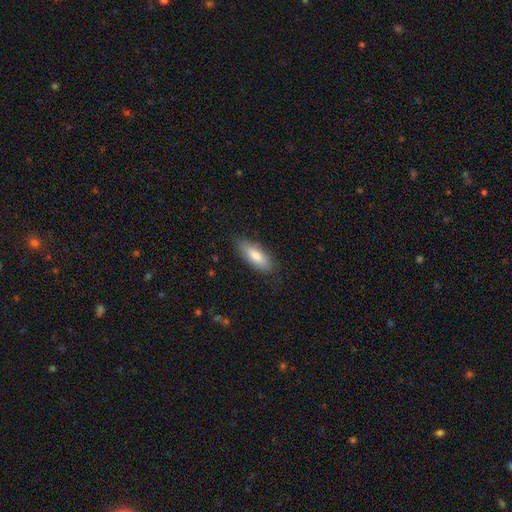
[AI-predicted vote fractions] Smooth or featured?
  - smooth: 79% *
  - featured or disk: 15%
  - star or artifact: 6%
How rounded?
  - in between: 74% *
  - cigar-shaped: 24%
  - round: 2%
Merging?
  - none: 82% *
  - minor disturbance: 14%
  - major disturbance: 3%
  - merger: 1%